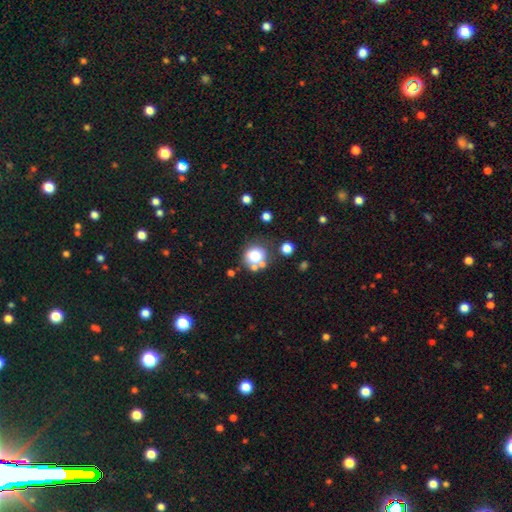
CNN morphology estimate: The model was most divided on "merging": none: 58%, merger: 20%, minor disturbance: 15%, major disturbance: 7%. More confident: how rounded — round (82%); smooth or featured — smooth (77%).